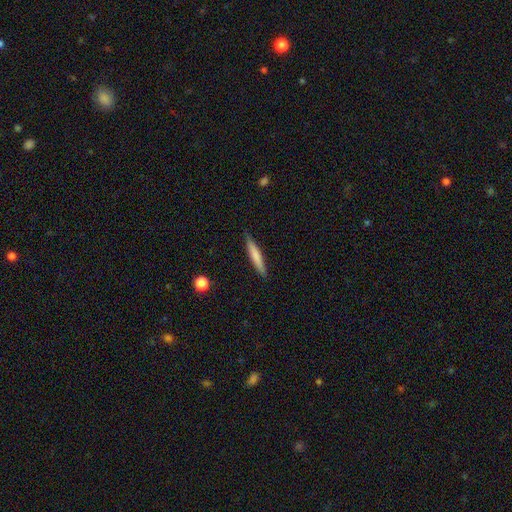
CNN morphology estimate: The model was most divided on "smooth or featured": smooth: 71%, featured or disk: 24%, star or artifact: 6%. More confident: how rounded — cigar-shaped (93%); merging — none (88%).